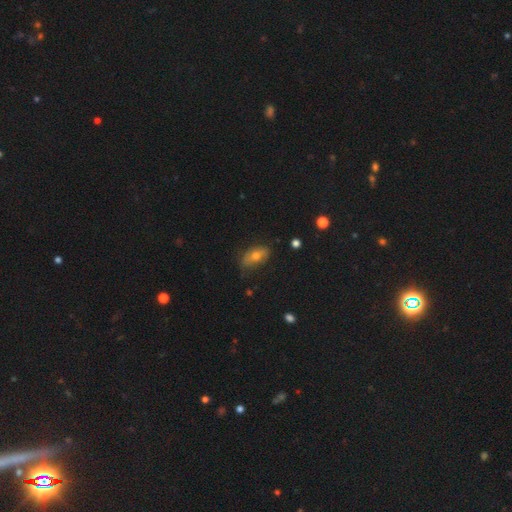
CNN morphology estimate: smooth-or-featured: smooth: 58% | featured or disk: 31% | star or artifact: 11%
  how-rounded: in between: 82% | cigar-shaped: 11% | round: 7%
  merging: none: 67% | minor disturbance: 25% | major disturbance: 6% | merger: 2%